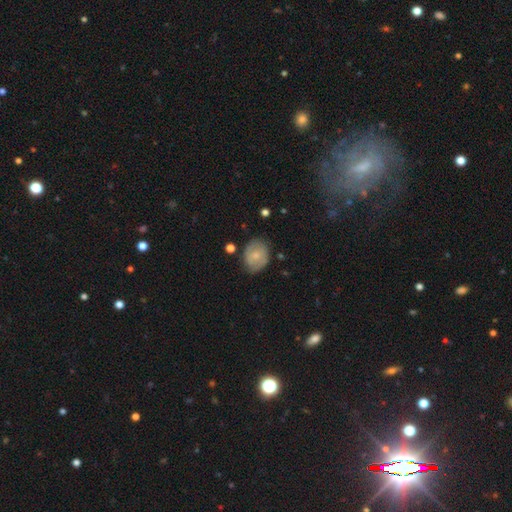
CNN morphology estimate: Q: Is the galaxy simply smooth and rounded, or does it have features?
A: smooth — 58%.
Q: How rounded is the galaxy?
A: in between — 52%.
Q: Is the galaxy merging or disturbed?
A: none — 74%.